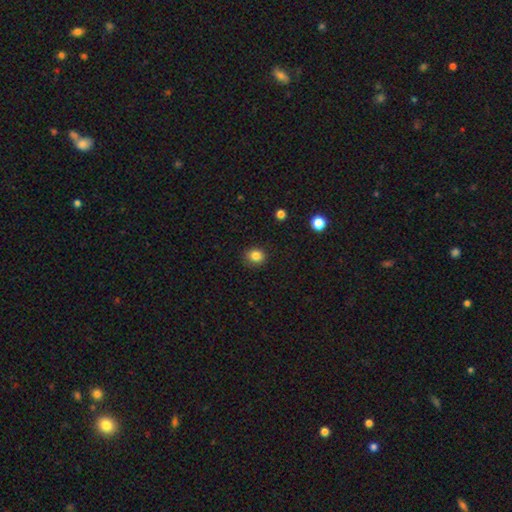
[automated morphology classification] A smooth galaxy with no disk features (84%) that is round (75%). Merging: none (85%).